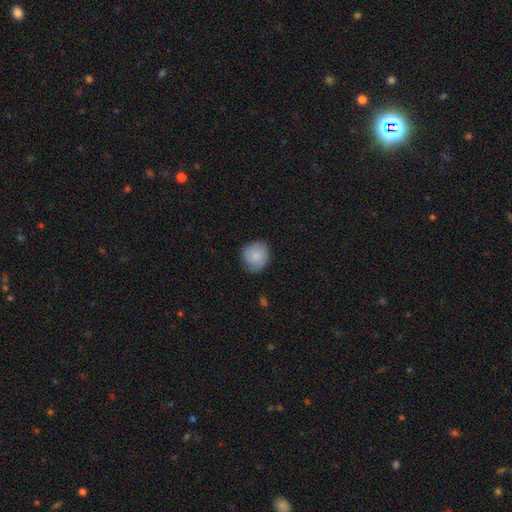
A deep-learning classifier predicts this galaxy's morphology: smooth_or_featured: smooth (p=0.82) [alt: featured or disk p=0.11]
how_rounded: round (p=0.85) [alt: in between p=0.14]
merging: none (p=0.69) [alt: minor disturbance p=0.25]